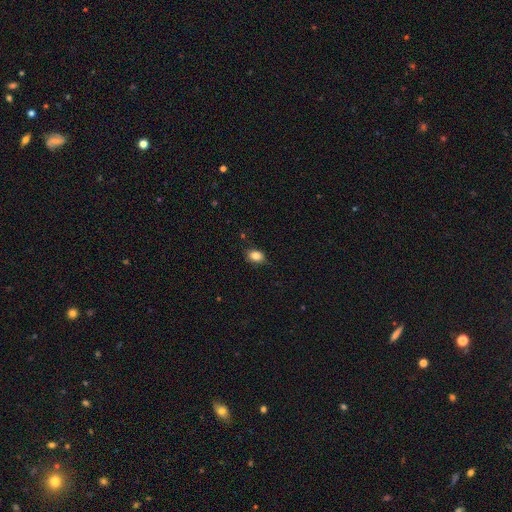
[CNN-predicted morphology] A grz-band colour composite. It shows a smooth galaxy with no disk features (84%) that is in between round and cigar-shaped (69%). Merging: none (81%).